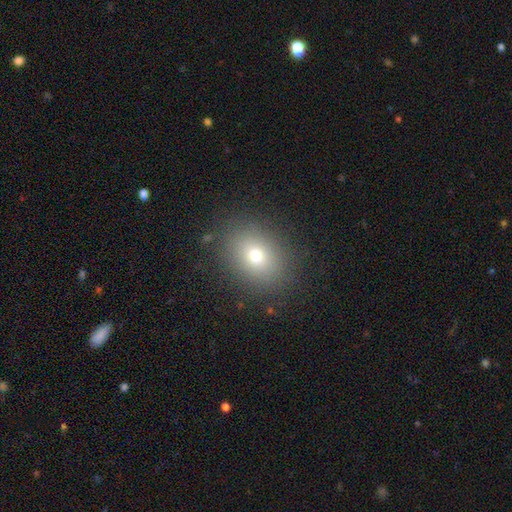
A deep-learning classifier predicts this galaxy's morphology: This is likely a smooth galaxy (72%). How rounded: possibly in between (54%). Merging: clearly none (87%).